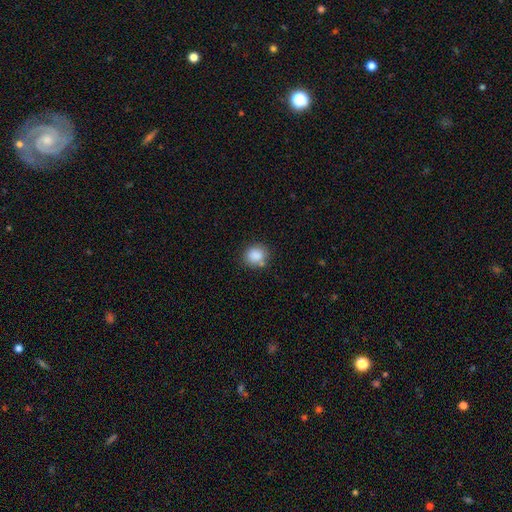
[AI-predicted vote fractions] smooth_or_featured: smooth (p=0.86) [alt: star or artifact p=0.09]
how_rounded: round (p=0.74) [alt: in between p=0.25]
merging: none (p=0.72) [alt: minor disturbance p=0.15]